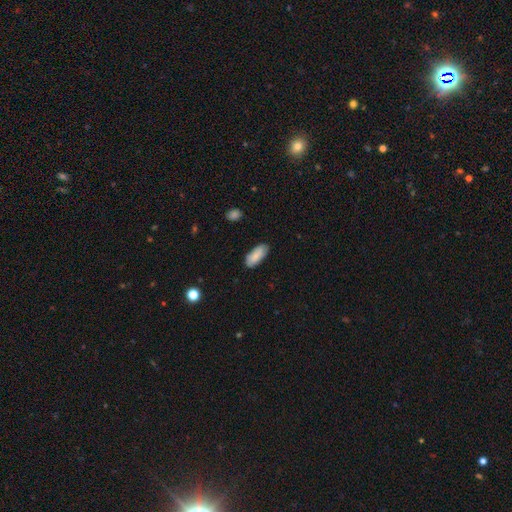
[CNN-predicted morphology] Smooth or featured: smooth — 83% (featured or disk — 10%)
How rounded: in between — 85% (cigar-shaped — 13%)
Merging: none — 82% (minor disturbance — 14%)